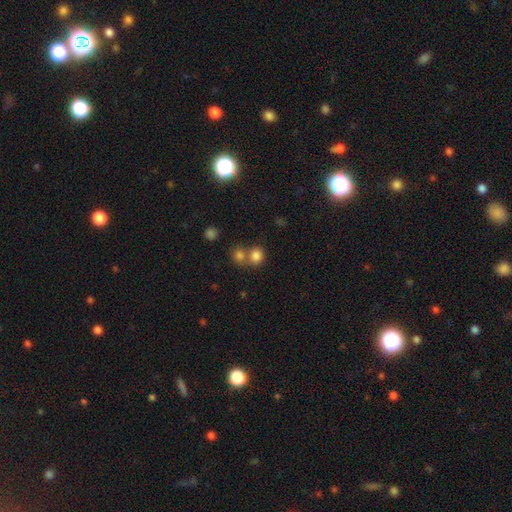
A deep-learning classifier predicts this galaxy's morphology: Smooth or featured?
  - smooth: 81% *
  - star or artifact: 12%
  - featured or disk: 6%
How rounded?
  - round: 77% *
  - in between: 22%
  - cigar-shaped: 1%
Merging?
  - none: 47% *
  - merger: 42%
  - minor disturbance: 7%
  - major disturbance: 3%